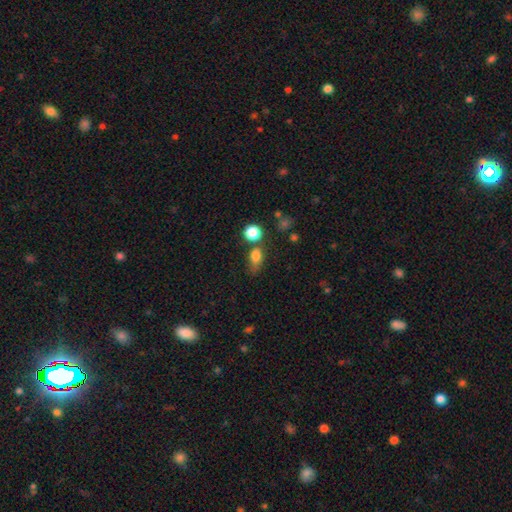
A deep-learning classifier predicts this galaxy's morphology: The model was most divided on "merging": none: 45%, minor disturbance: 25%, merger: 16%, major disturbance: 13%. More confident: smooth or featured — smooth (79%); how rounded — in between (66%).